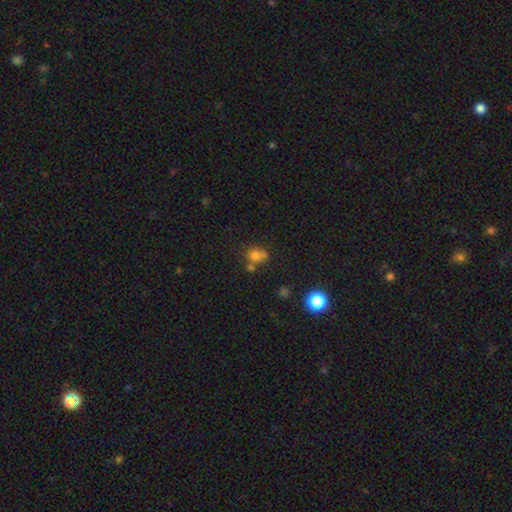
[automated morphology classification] smooth_or_featured: smooth (p=0.70) [alt: star or artifact p=0.18]
how_rounded: round (p=0.70) [alt: in between p=0.28]
merging: none (p=0.45) [alt: merger p=0.34]